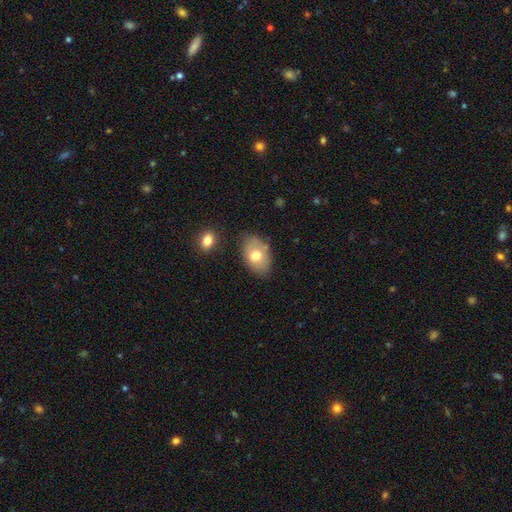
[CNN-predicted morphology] Smooth or featured? smooth (70%)
How rounded? in between (86%)
Merging? none (73%)